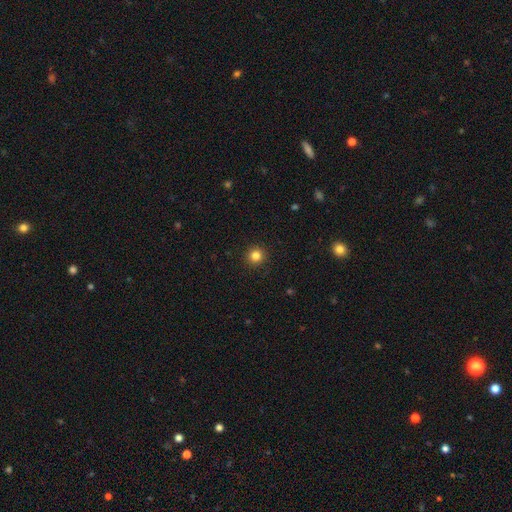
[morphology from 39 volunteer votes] Smooth or featured?
  - smooth: 95% *
  - star or artifact: 5%
  - featured or disk: 0%
How rounded?
  - round: 100% *
  - in between: 0%
  - cigar-shaped: 0%
Merging?
  - none: 97% *
  - minor disturbance: 3%
  - major disturbance: 0%
  - merger: 0%